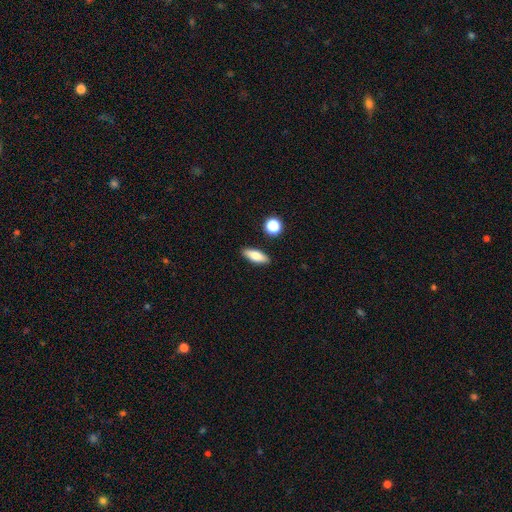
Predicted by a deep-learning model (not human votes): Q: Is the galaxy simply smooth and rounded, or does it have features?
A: smooth — 77%.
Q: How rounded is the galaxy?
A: in between — 66%.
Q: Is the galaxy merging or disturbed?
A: none — 88%.